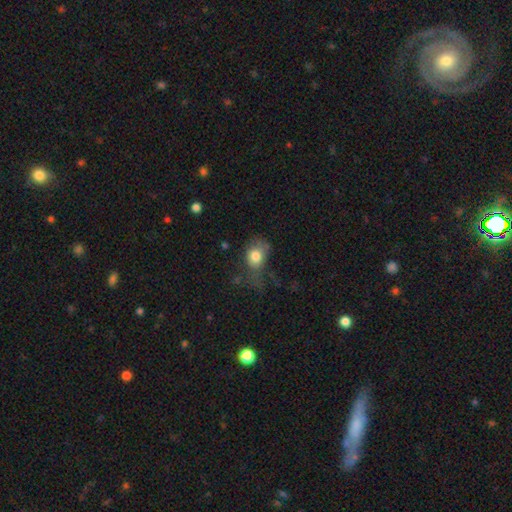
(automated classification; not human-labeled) Morphology: type=smooth (78%); roundness=in between (55%); merging=major disturbance (36%).